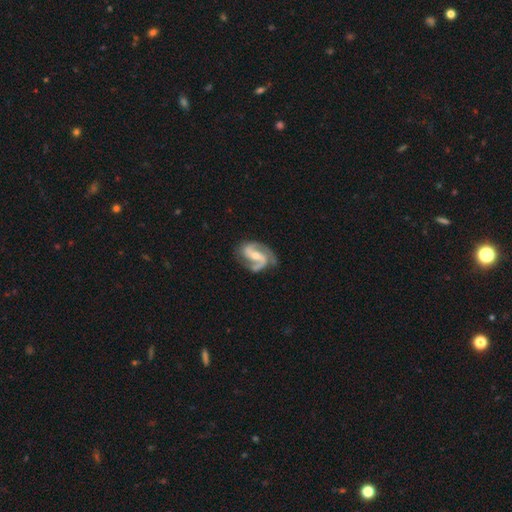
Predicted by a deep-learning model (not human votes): Smooth or featured?
  - featured or disk: 92% *
  - smooth: 4%
  - star or artifact: 4%
Edge-on disk?
  - no: 98% *
  - yes: 2%
Bar?
  - weak: 39% *
  - strong: 35%
  - no: 26%
Spiral arms?
  - yes: 98% *
  - no: 2%
Spiral winding?
  - medium: 57% *
  - loose: 24%
  - tight: 19%
Spiral arm count?
  - 2: 92% *
  - 3: 2%
  - 1: 2%
  - can't tell: 2%
  - 4: 1%
  - more than 4: 1%
Bulge size?
  - small: 48% *
  - moderate: 46%
  - none: 3%
  - large: 2%
  - dominant: 1%
Merging?
  - none: 75% *
  - minor disturbance: 17%
  - major disturbance: 7%
  - merger: 2%